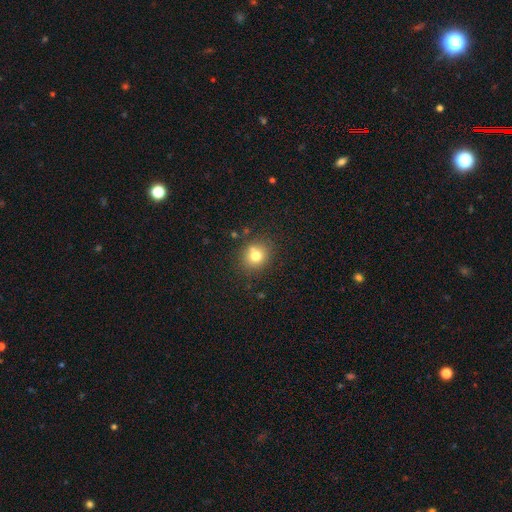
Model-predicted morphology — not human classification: This is likely a smooth galaxy (75%). How rounded: likely round (77%). Merging: likely none (74%).